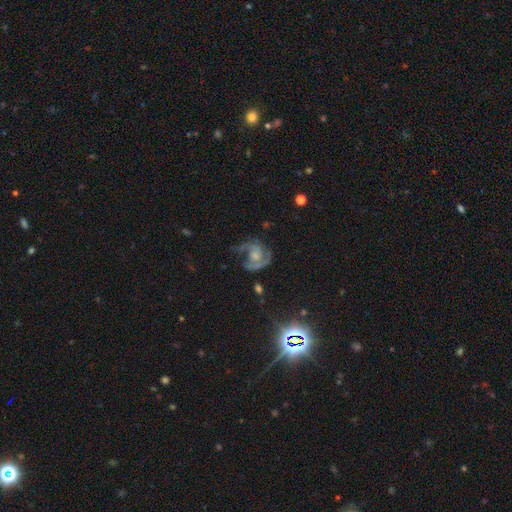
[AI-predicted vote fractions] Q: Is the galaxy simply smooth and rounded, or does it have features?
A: featured or disk — 73%.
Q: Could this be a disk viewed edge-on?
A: no — 98%.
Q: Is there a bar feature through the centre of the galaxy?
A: no — 70%.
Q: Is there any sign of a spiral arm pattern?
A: yes — 86%.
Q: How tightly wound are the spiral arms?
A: medium — 48%.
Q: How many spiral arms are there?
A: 2 — 66%.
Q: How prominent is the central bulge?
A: small — 39%.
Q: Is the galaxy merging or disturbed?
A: none — 41%.